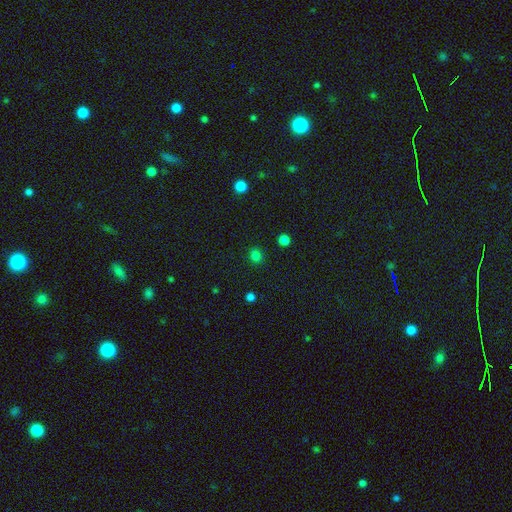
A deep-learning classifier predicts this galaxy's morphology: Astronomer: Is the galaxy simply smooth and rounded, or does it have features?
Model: smooth — 79%.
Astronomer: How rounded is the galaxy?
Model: round — 79%.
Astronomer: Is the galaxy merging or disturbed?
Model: none — 89%.